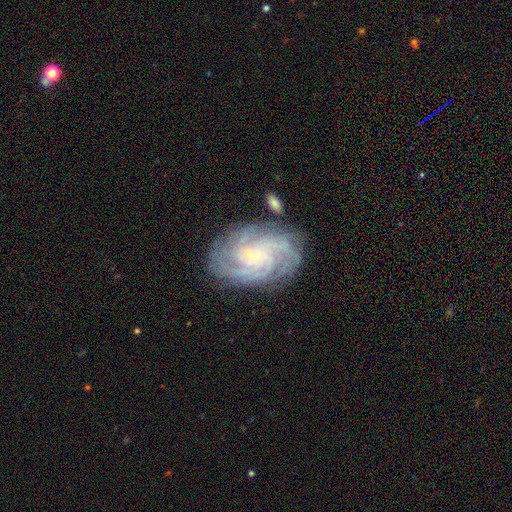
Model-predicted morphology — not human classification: type=featured or disk (85%); edge-on=no (97%); bar=no (69%); spiral arms=yes (97%); winding=tight (67%); arm count=4 (36%); bulge=small (81%); merging=none (77%).